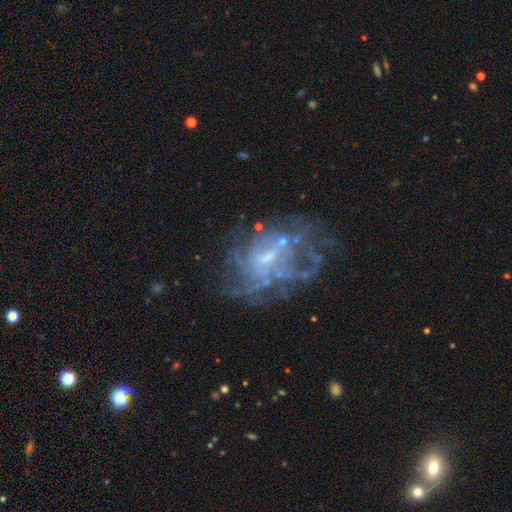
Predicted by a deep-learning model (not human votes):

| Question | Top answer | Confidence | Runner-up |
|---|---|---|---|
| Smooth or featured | featured or disk | 66% | star or artifact (20%) |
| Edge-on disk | no | 96% | yes (4%) |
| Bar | no | 54% | weak (35%) |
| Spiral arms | yes | 55% | no (45%) |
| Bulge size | small | 53% | none (23%) |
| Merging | none | 53% | major disturbance (24%) |